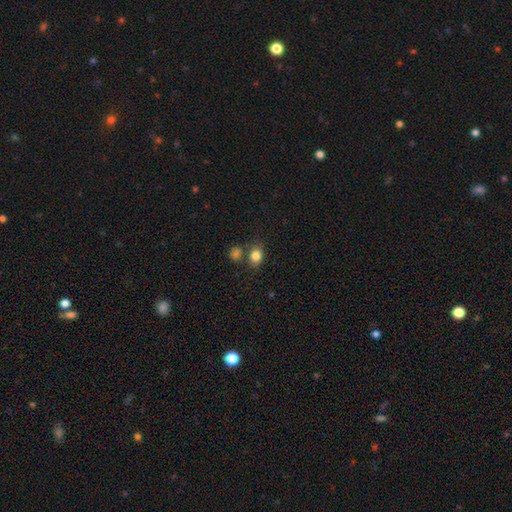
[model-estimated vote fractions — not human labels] The model was most divided on "how rounded": in between: 58%, round: 41%, cigar-shaped: 1%. More confident: smooth or featured — smooth (83%); merging — none (64%).